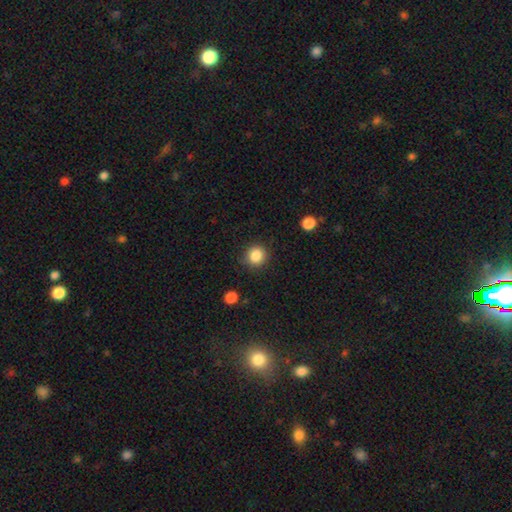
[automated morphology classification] Smooth or featured?
  - smooth: 85% *
  - star or artifact: 10%
  - featured or disk: 4%
How rounded?
  - round: 91% *
  - in between: 9%
  - cigar-shaped: 1%
Merging?
  - none: 87% *
  - minor disturbance: 9%
  - major disturbance: 3%
  - merger: 2%